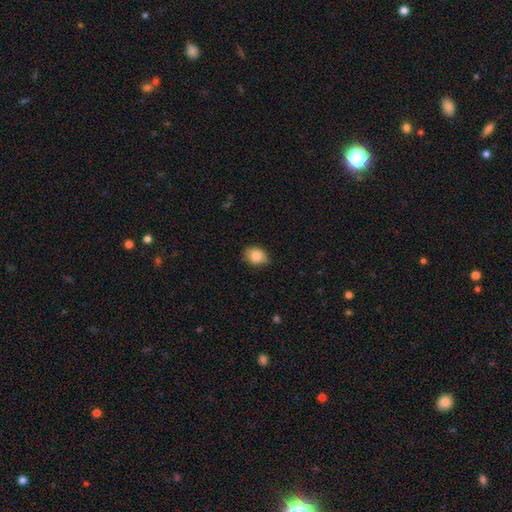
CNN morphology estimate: Smooth or featured: smooth — 81% (featured or disk — 10%)
How rounded: round — 50% (in between — 49%)
Merging: none — 73% (minor disturbance — 23%)